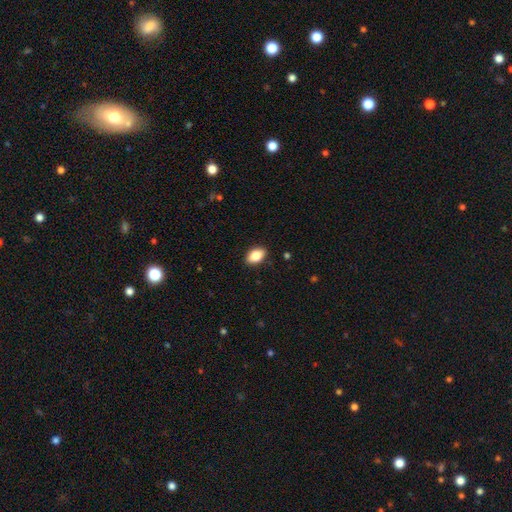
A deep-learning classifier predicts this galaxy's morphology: Smooth or featured? smooth (83%)
How rounded? in between (89%)
Merging? none (88%)